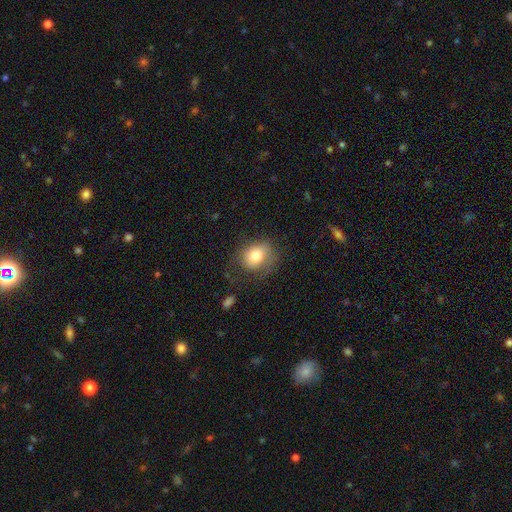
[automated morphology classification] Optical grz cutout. It shows a smooth galaxy with no disk features (77%) that is round (55%). Merging: none (58%).